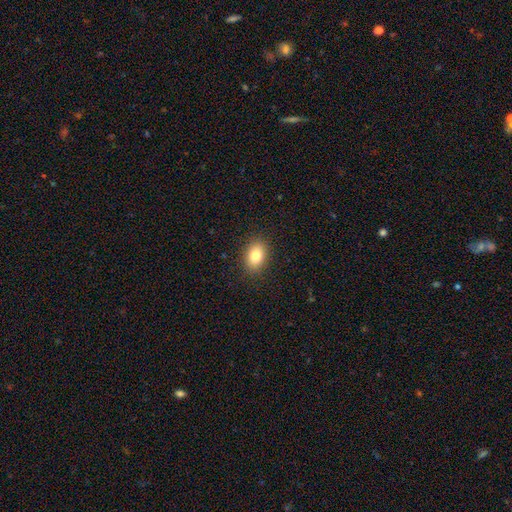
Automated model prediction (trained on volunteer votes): smooth_or_featured: smooth (p=0.82) [alt: star or artifact p=0.09]
how_rounded: in between (p=0.81) [alt: round p=0.18]
merging: none (p=0.89) [alt: minor disturbance p=0.08]